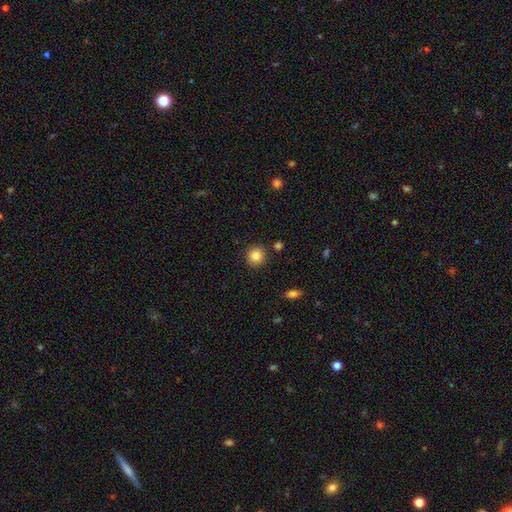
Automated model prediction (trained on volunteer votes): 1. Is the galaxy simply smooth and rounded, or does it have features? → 85% smooth, 10% star or artifact, 5% featured or disk.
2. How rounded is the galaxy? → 93% round, 6% in between, 1% cigar-shaped.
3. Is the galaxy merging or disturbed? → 89% none, 6% minor disturbance, 3% merger, 2% major disturbance.